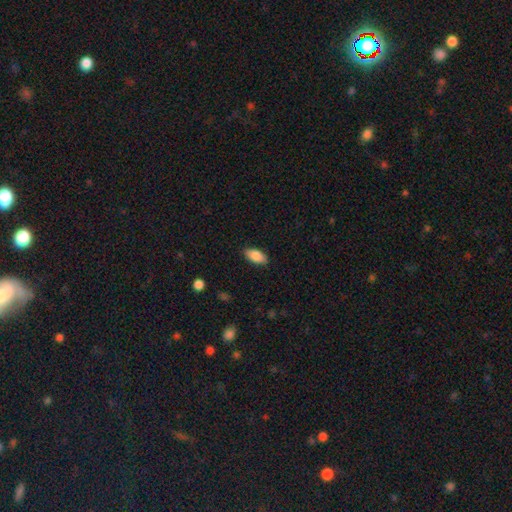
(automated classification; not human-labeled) Smooth or featured: smooth — 86% (featured or disk — 7%)
How rounded: in between — 91% (cigar-shaped — 6%)
Merging: none — 87% (minor disturbance — 10%)